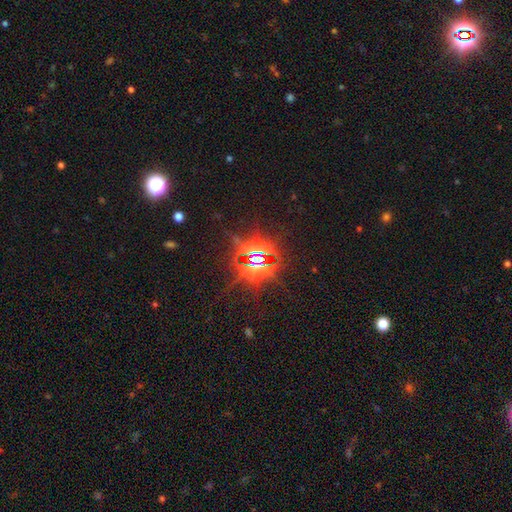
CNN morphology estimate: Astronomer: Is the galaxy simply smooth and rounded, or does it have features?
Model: star or artifact — 85%.